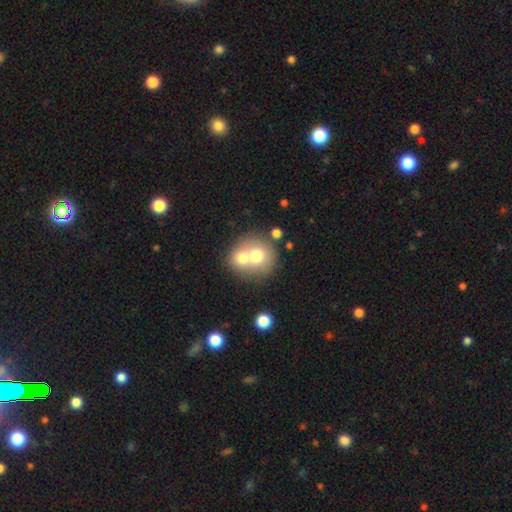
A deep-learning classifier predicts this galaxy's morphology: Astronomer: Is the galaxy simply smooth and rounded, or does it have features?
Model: smooth — 67%.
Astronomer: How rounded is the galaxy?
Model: round — 80%.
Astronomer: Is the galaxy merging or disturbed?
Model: merger — 60%.